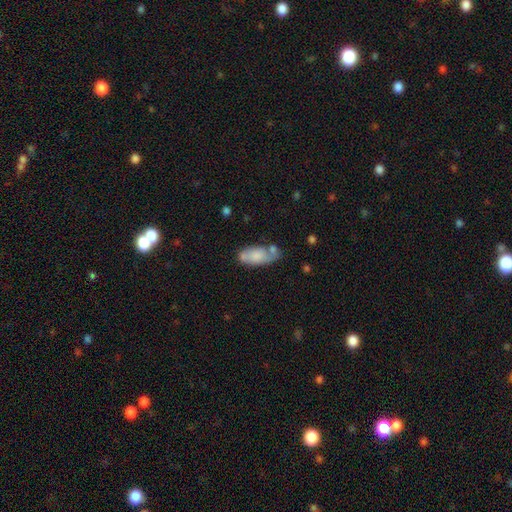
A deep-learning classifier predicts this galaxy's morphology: The model was most divided on "merging": none: 44%, minor disturbance: 23%, merger: 22%, major disturbance: 10%. More confident: how rounded — in between (88%); smooth or featured — smooth (67%).